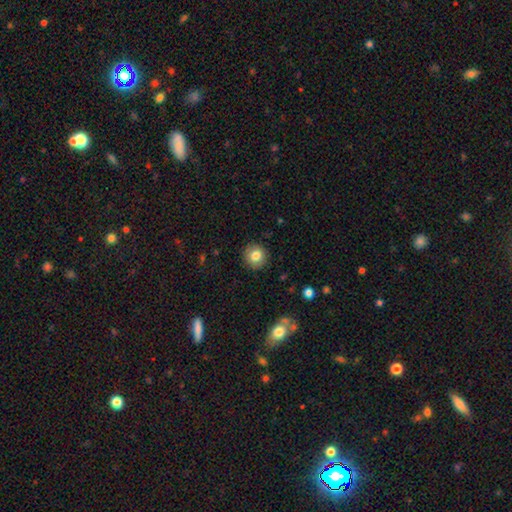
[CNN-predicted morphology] This appears to be a smooth galaxy with no disk features (82%) that is round (92%). Merging: none (91%).